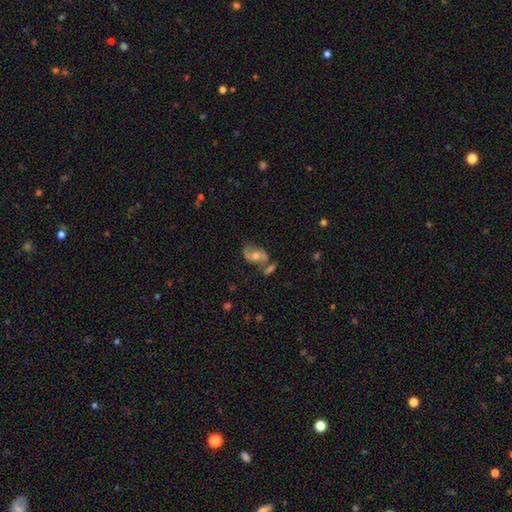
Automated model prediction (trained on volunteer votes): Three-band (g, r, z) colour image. It shows a featured or disk galaxy (66%) with no bar (63%), 2 (87%) loose (52%) spiral arms (82%) and a moderate central bulge (72%). Merging: none (51%).